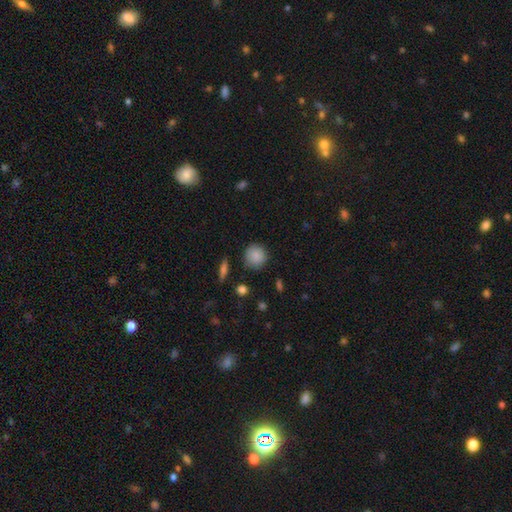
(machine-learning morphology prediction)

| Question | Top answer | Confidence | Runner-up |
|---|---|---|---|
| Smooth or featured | smooth | 86% | star or artifact (8%) |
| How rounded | round | 92% | in between (7%) |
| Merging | none | 85% | minor disturbance (11%) |